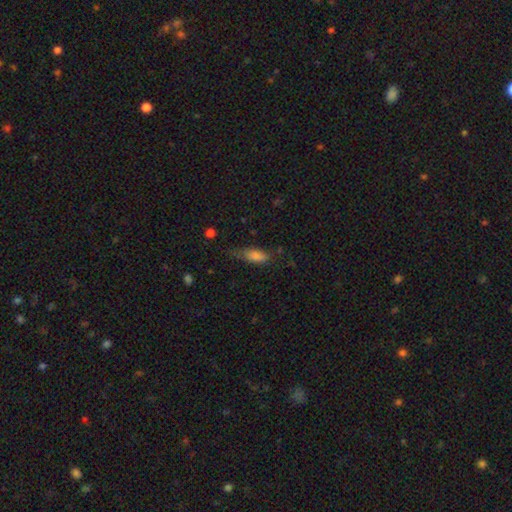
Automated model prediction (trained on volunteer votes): Q: Smooth or featured?
A: smooth (78%); runner-up: featured or disk (12%)
Q: How rounded?
A: in between (66%); runner-up: cigar-shaped (32%)
Q: Merging?
A: none (53%); runner-up: minor disturbance (33%)